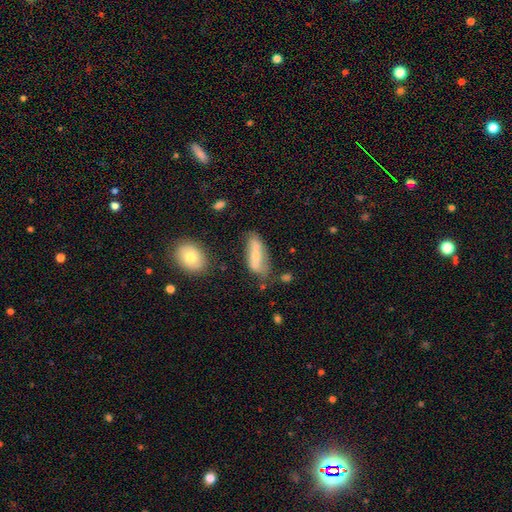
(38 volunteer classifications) This appears to be a smooth galaxy with no disk features (63%) that is in between round and cigar-shaped (54%). Merging: none (43%).